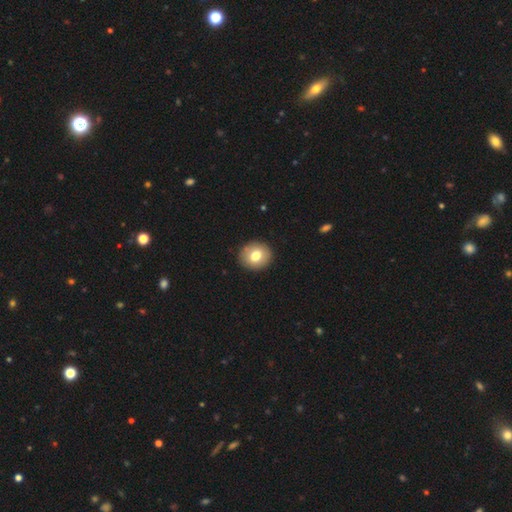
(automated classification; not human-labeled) smooth_or_featured: smooth (p=0.75) [alt: featured or disk p=0.17]
how_rounded: round (p=0.79) [alt: in between p=0.20]
merging: none (p=0.91) [alt: minor disturbance p=0.06]